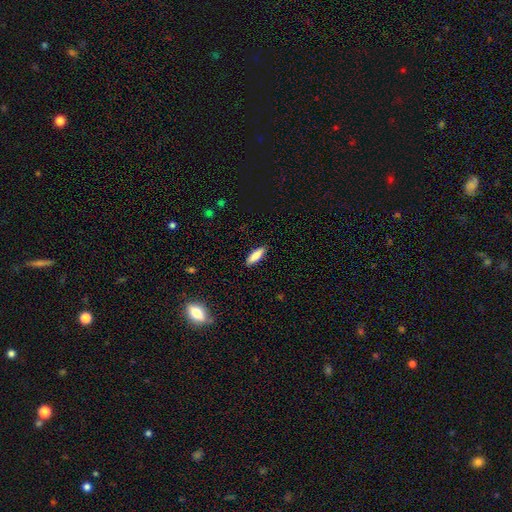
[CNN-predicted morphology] Smooth or featured? smooth (85%)
How rounded? cigar-shaped (49%, tied with in between)
Merging? none (89%)